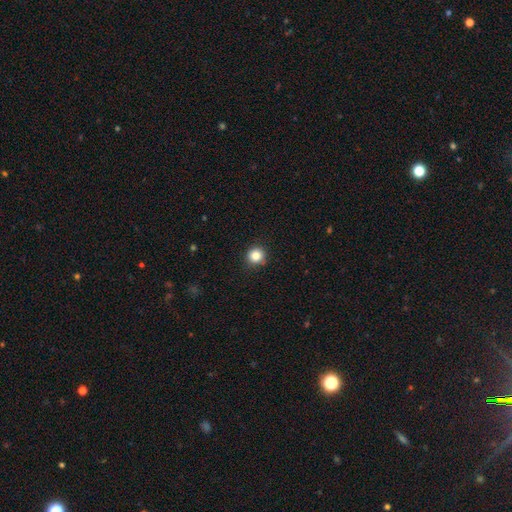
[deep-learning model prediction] A smooth galaxy with no disk features (84%) that is round (92%). Merging: none (90%).